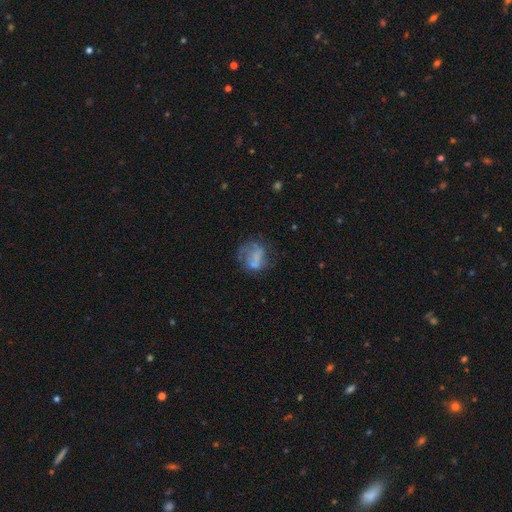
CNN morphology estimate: The model was most divided on "merging": none: 39%, major disturbance: 30%, minor disturbance: 24%, merger: 7%. More confident: how rounded — round (58%); smooth or featured — smooth (51%).